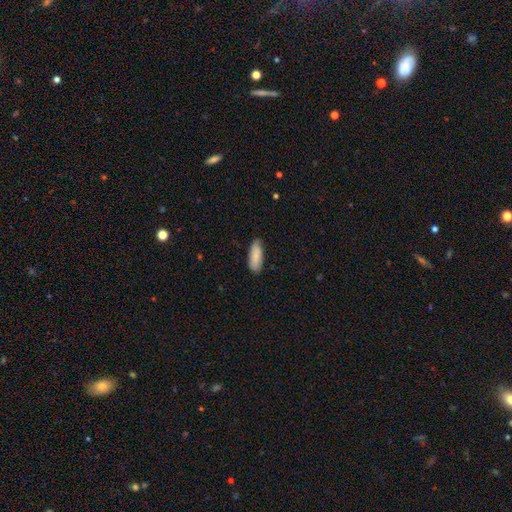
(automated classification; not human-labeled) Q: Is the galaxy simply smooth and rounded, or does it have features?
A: smooth — 85%.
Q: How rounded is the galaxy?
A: in between — 69%.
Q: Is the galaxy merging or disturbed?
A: none — 78%.